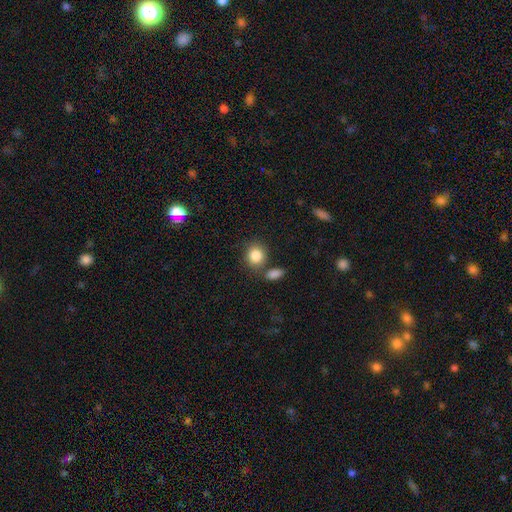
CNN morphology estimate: A smooth galaxy with no disk features (86%) that is round (75%).

Vote fractions:
- Smooth or featured? smooth: 86% / star or artifact: 8% / featured or disk: 6%
- How rounded? round: 75% / in between: 24% / cigar-shaped: 1%
- Merging? none: 66% / merger: 19% / minor disturbance: 11% / major disturbance: 4%